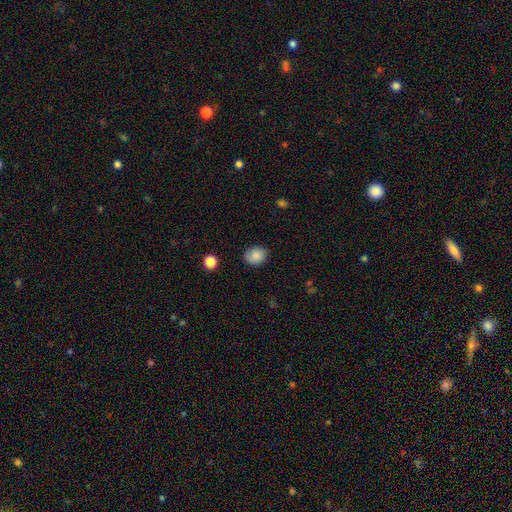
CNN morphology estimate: Smooth or featured?
  - smooth: 84% *
  - star or artifact: 9%
  - featured or disk: 7%
How rounded?
  - round: 66% *
  - in between: 33%
  - cigar-shaped: 1%
Merging?
  - none: 79% *
  - minor disturbance: 16%
  - major disturbance: 3%
  - merger: 1%